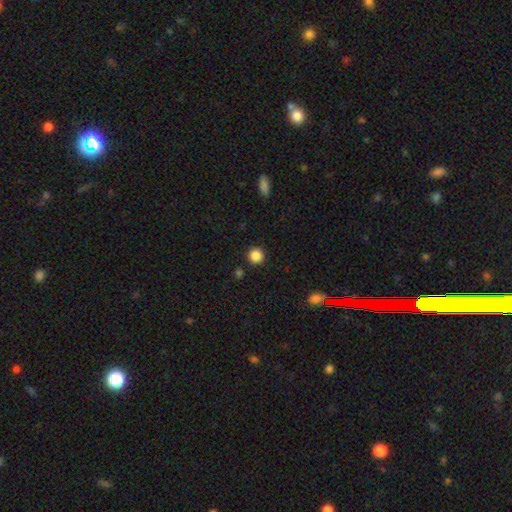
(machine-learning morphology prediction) Smooth or featured? smooth (86%)
How rounded? round (95%)
Merging? none (90%)